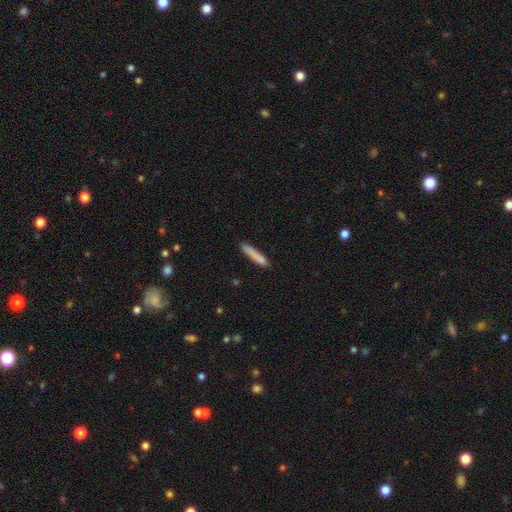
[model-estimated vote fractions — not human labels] A smooth galaxy with no disk features (81%) that is cigar-shaped (93%).

Vote fractions:
- Smooth or featured? smooth: 81% / featured or disk: 12% / star or artifact: 7%
- How rounded? cigar-shaped: 93% / in between: 6% / round: 1%
- Merging? none: 82% / minor disturbance: 13% / major disturbance: 3% / merger: 2%